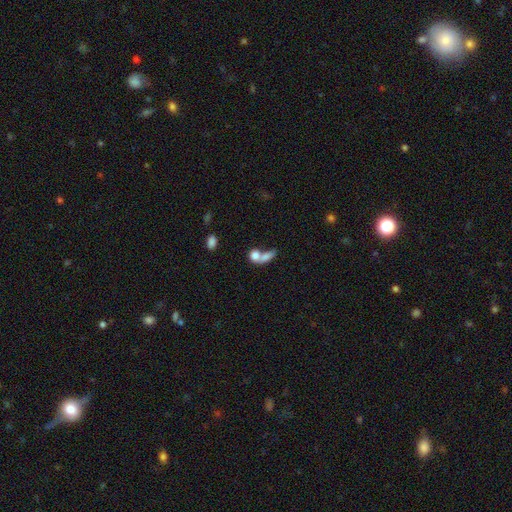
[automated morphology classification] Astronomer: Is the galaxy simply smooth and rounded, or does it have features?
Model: smooth — 75%.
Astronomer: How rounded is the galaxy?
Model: in between — 48% (runner-up: round, 45%).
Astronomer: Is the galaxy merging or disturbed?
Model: merger — 60%.